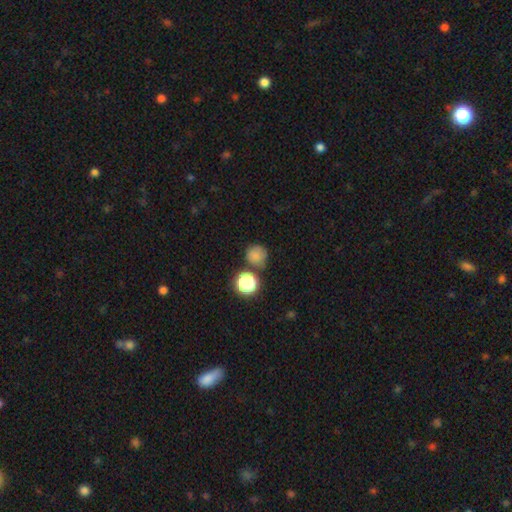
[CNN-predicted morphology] Smooth or featured? smooth (77%)
How rounded? round (90%)
Merging? none (69%)